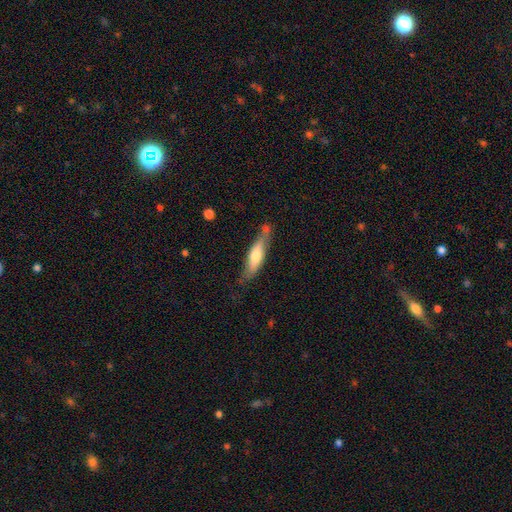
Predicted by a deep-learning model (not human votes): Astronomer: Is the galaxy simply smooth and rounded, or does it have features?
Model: smooth — 55% (runner-up: featured or disk, 40%).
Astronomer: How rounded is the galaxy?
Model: cigar-shaped — 68%.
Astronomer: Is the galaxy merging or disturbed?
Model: none — 57%.